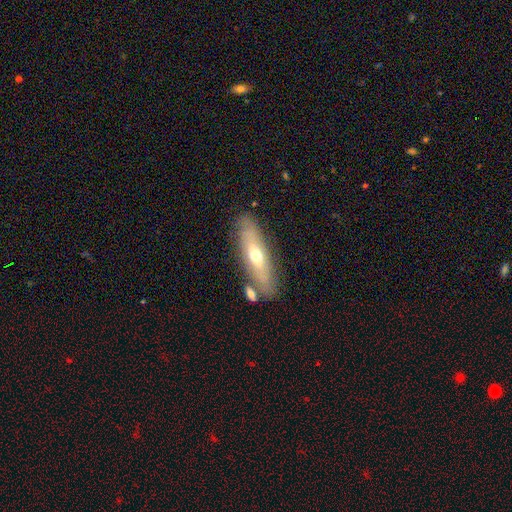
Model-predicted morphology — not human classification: type=smooth (49%); merging=none (74%).